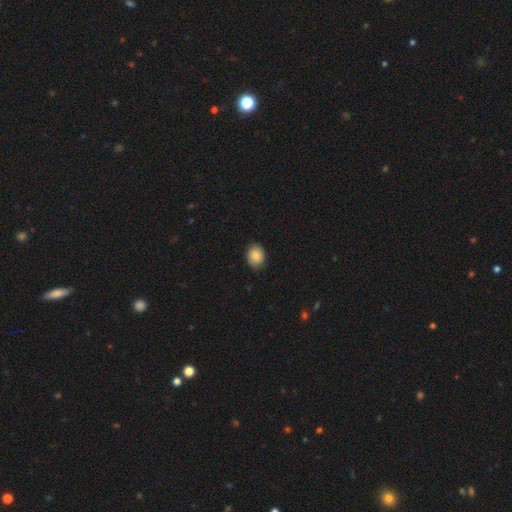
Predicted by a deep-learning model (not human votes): Overall: smooth (84%). How rounded: in between (51%; round 49%). Merging: none (86%).